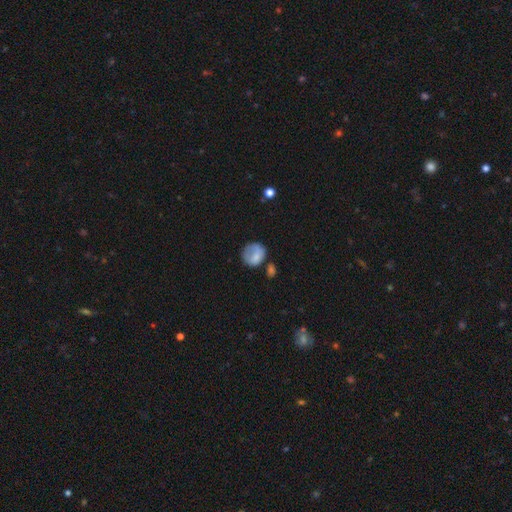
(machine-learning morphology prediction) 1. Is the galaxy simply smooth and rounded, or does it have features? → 74% smooth, 17% featured or disk, 9% star or artifact.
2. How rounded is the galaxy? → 72% round, 27% in between, 1% cigar-shaped.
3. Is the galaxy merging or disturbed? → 45% none, 29% minor disturbance, 20% major disturbance, 6% merger.